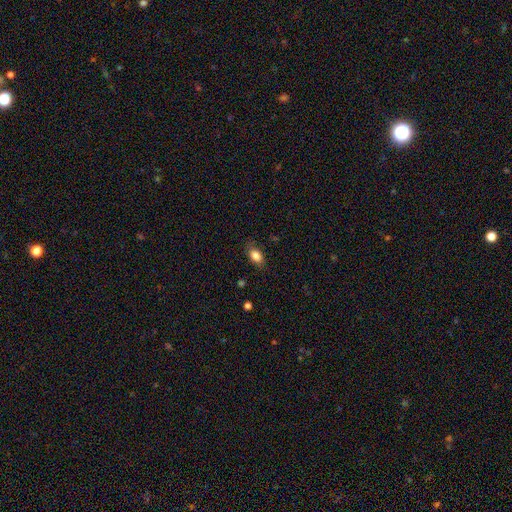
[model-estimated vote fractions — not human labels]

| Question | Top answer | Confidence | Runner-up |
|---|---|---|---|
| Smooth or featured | smooth | 84% | star or artifact (8%) |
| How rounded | in between | 87% | round (9%) |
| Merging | none | 79% | minor disturbance (16%) |